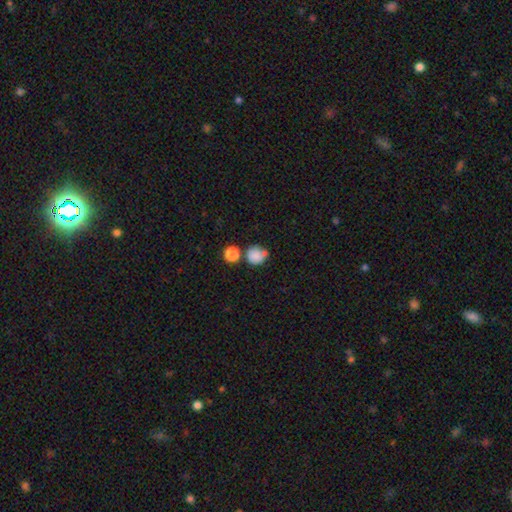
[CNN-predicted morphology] smooth 83%, star or artifact 10%, featured or disk 7%. Down the decision tree: how rounded — round (85%); merging — none (56%).